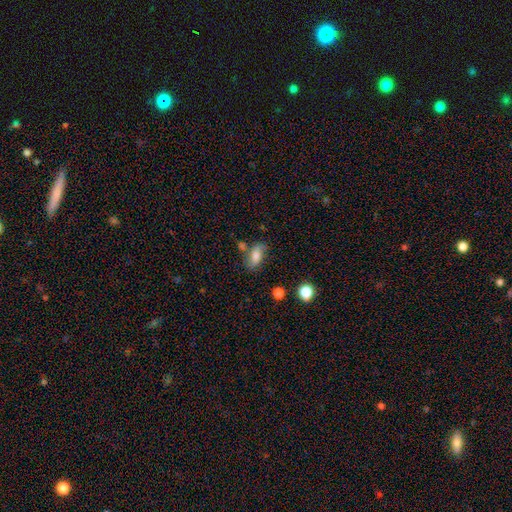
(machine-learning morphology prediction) type=smooth (66%); roundness=in between (86%); merging=none (60%).